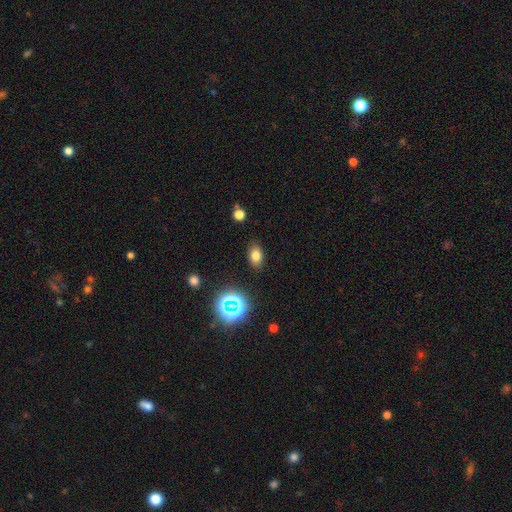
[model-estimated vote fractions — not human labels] Smooth or featured? Predicted: smooth (p=0.74). How rounded? Predicted: in between (p=0.83). Merging? Predicted: none (p=0.86).